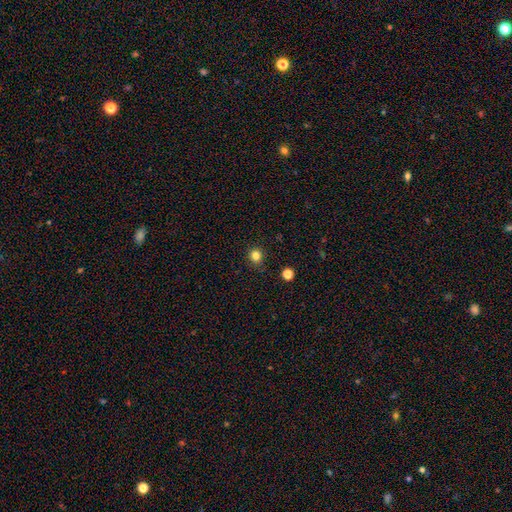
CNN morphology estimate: type=smooth (82%); roundness=round (90%); merging=none (90%).